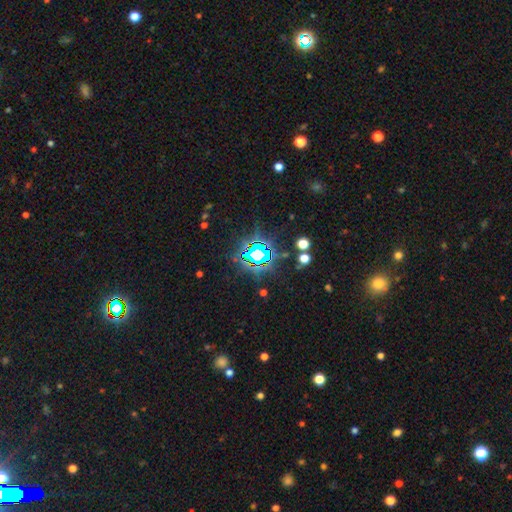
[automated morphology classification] The model was most divided on "smooth or featured": star or artifact: 75%, smooth: 14%, featured or disk: 11%.